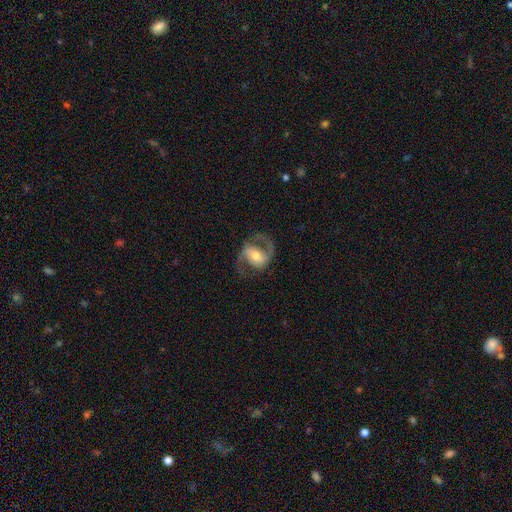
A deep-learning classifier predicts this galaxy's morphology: The model was most divided on "bar": weak: 41%, strong: 31%, no: 28%. More confident: edge-on disk — no (97%); spiral arms — yes (94%); spiral arm count — 2 (90%); smooth or featured — featured or disk (84%); merging — none (73%); bulge size — moderate (67%); spiral winding — medium (54%).